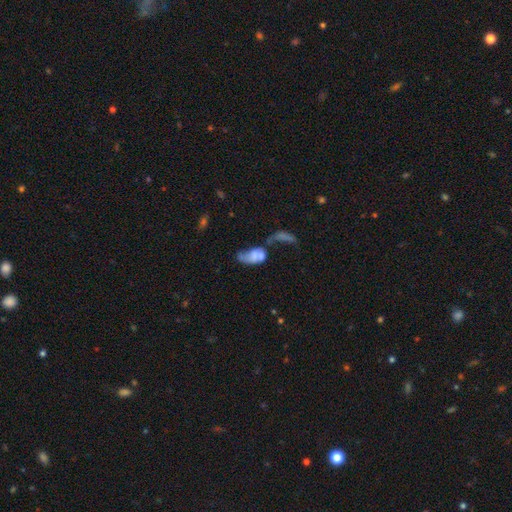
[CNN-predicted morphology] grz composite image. It shows a smooth galaxy with no disk features (50%). Merging: merger (48%).